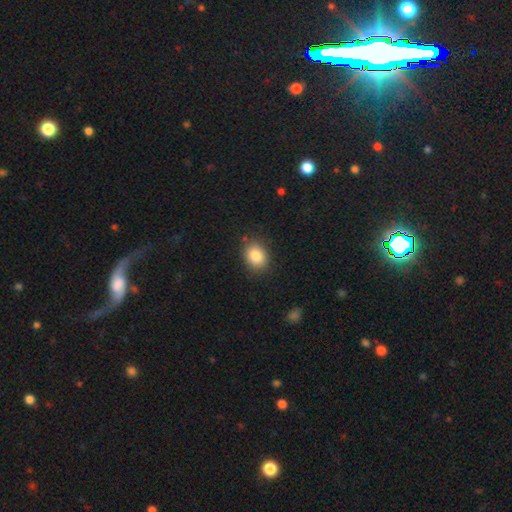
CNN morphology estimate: A smooth galaxy with no disk features (85%) that is in between round and cigar-shaped (53%).

Vote fractions:
- Smooth or featured? smooth: 85% / star or artifact: 9% / featured or disk: 6%
- How rounded? in between: 53% / round: 46% / cigar-shaped: 1%
- Merging? none: 86% / minor disturbance: 10% / major disturbance: 3% / merger: 1%